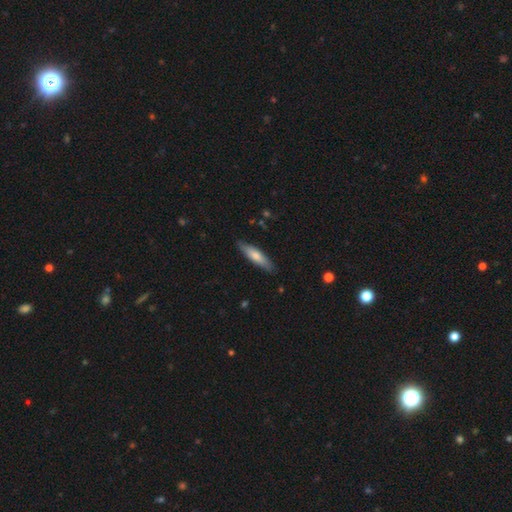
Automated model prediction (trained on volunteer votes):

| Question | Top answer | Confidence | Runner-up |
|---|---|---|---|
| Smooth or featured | smooth | 68% | featured or disk (27%) |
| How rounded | cigar-shaped | 72% | in between (27%) |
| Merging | none | 85% | minor disturbance (12%) |